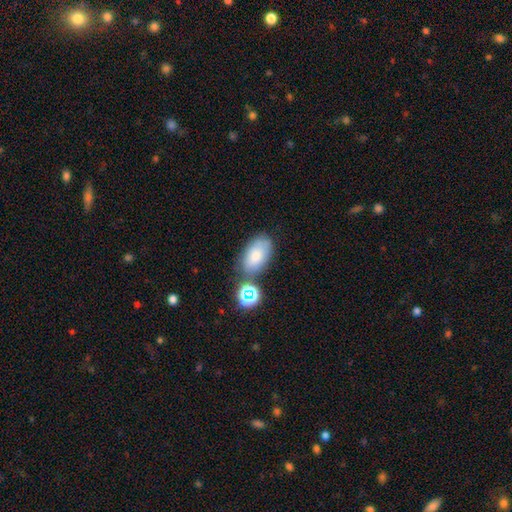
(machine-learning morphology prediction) smooth 66%, featured or disk 18%, star or artifact 15%. Down the decision tree: how rounded — in between (88%); merging — none (66%).